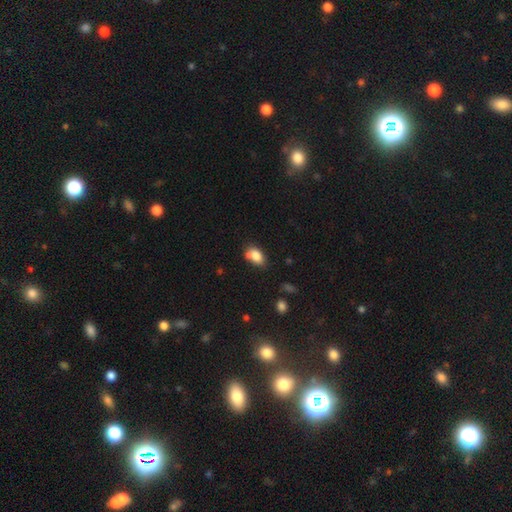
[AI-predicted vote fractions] Smooth or featured: smooth — 82% (featured or disk — 9%)
How rounded: in between — 87% (round — 11%)
Merging: none — 53% (minor disturbance — 23%)